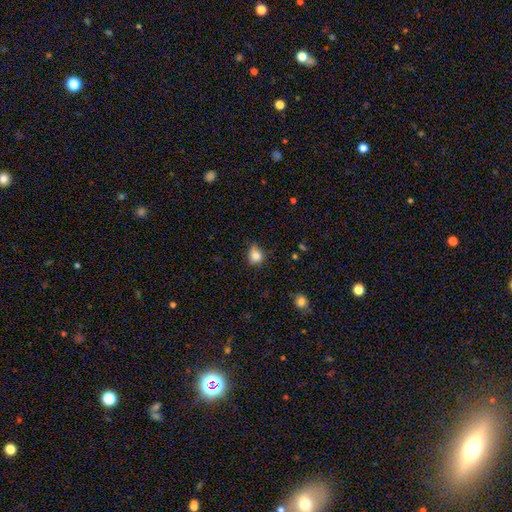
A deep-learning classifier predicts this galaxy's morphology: A smooth galaxy with no disk features (83%) that is round (69%).

Vote fractions:
- Smooth or featured? smooth: 83% / star or artifact: 11% / featured or disk: 6%
- How rounded? round: 69% / in between: 30% / cigar-shaped: 1%
- Merging? none: 67% / minor disturbance: 26% / major disturbance: 5% / merger: 2%